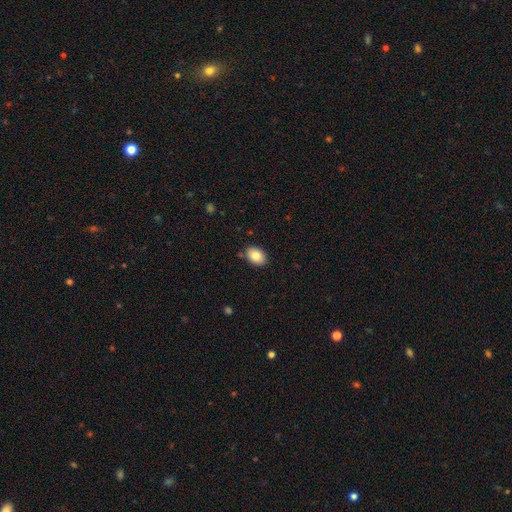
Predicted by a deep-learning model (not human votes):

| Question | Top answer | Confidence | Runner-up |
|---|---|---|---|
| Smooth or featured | smooth | 82% | featured or disk (10%) |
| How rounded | in between | 80% | round (19%) |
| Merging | none | 85% | minor disturbance (10%) |